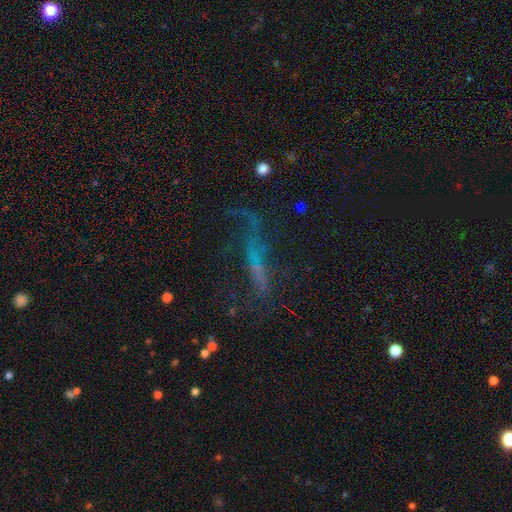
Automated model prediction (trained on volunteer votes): Smooth or featured?
  - featured or disk: 48% *
  - smooth: 28%
  - star or artifact: 24%
Merging?
  - none: 43% *
  - major disturbance: 32%
  - minor disturbance: 20%
  - merger: 5%